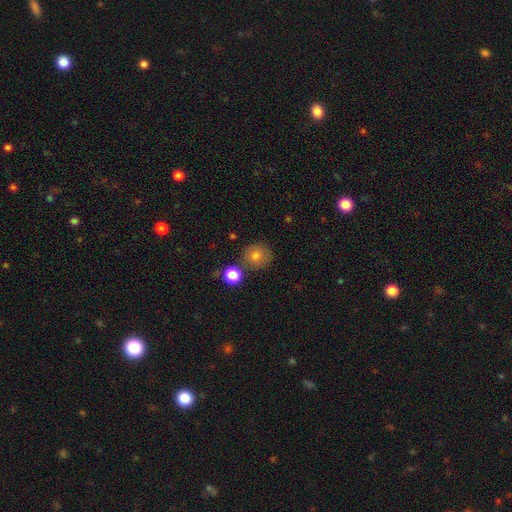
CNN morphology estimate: smooth_or_featured: smooth (p=0.78) [alt: star or artifact p=0.12]
how_rounded: round (p=0.87) [alt: in between p=0.12]
merging: none (p=0.72) [alt: minor disturbance p=0.13]